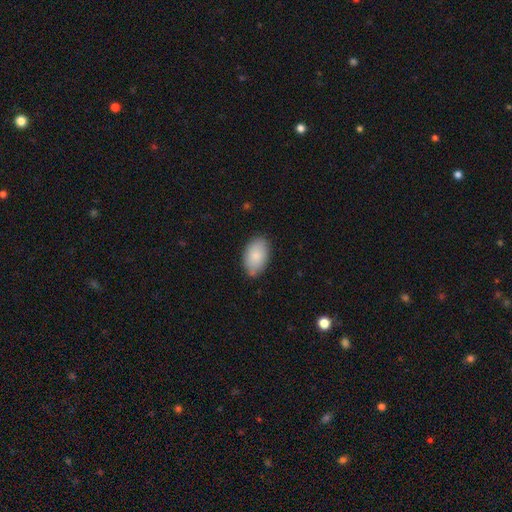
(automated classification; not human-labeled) Q: Smooth or featured?
A: smooth (85%); runner-up: featured or disk (9%)
Q: How rounded?
A: in between (94%); runner-up: round (5%)
Q: Merging?
A: none (81%); runner-up: minor disturbance (15%)